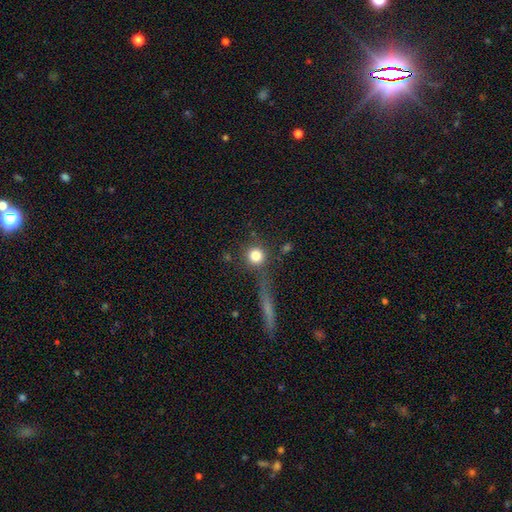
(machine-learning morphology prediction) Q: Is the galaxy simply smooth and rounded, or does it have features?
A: smooth — 80%.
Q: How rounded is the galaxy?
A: round — 92%.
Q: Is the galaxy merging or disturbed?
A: none — 75%.